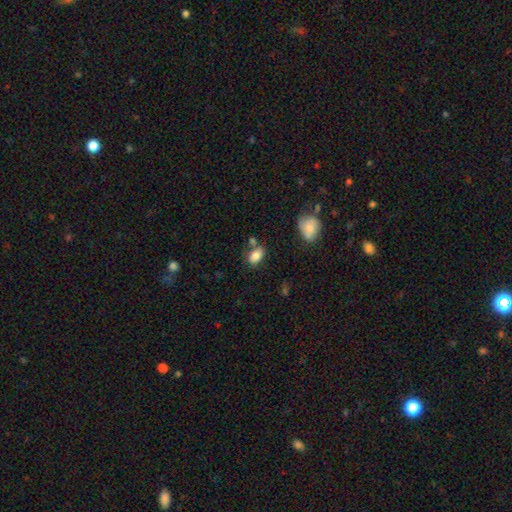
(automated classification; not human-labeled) This is clearly a smooth galaxy (84%). How rounded: clearly in between (86%). Merging: possibly none (57%).